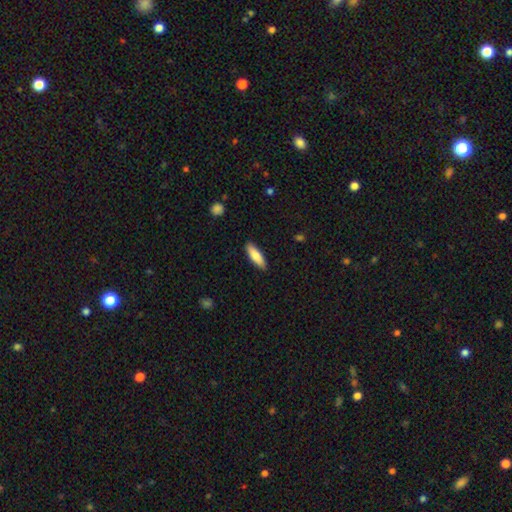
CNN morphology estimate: The model was most divided on "how rounded": in between: 52%, cigar-shaped: 47%, round: 2%. More confident: merging — none (89%); smooth or featured — smooth (80%).